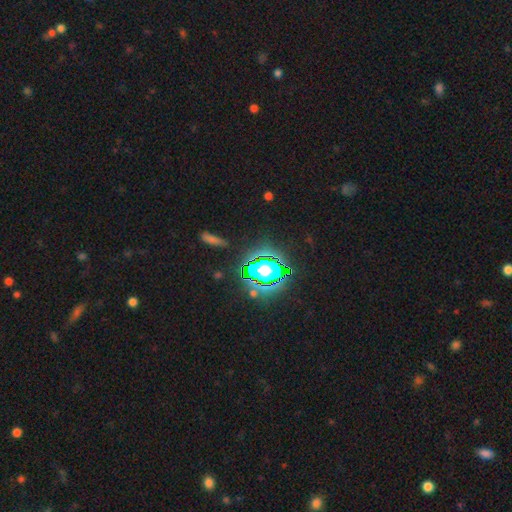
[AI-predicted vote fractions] smooth_or_featured: star or artifact (p=0.74) [alt: smooth p=0.16]